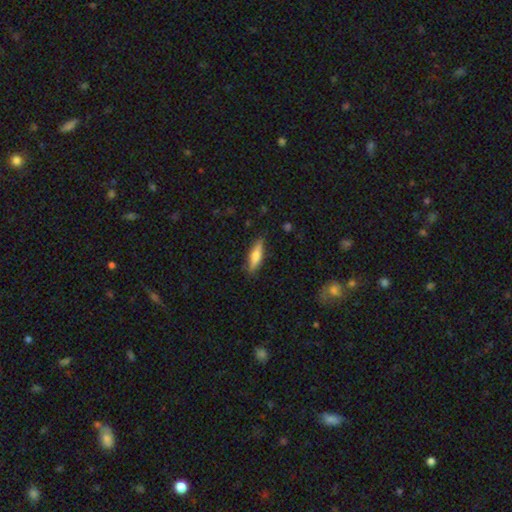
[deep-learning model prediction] This is likely a smooth galaxy (64%). How rounded: likely cigar-shaped (67%). Merging: clearly none (85%).